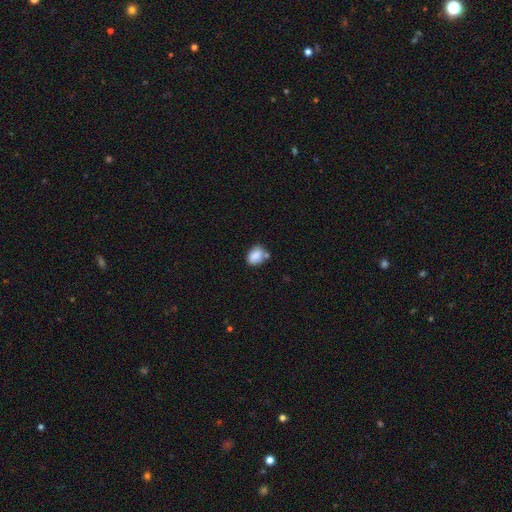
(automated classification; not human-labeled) The model was most divided on "merging": none: 56%, minor disturbance: 21%, merger: 19%, major disturbance: 5%. More confident: smooth or featured — smooth (85%); how rounded — in between (70%).